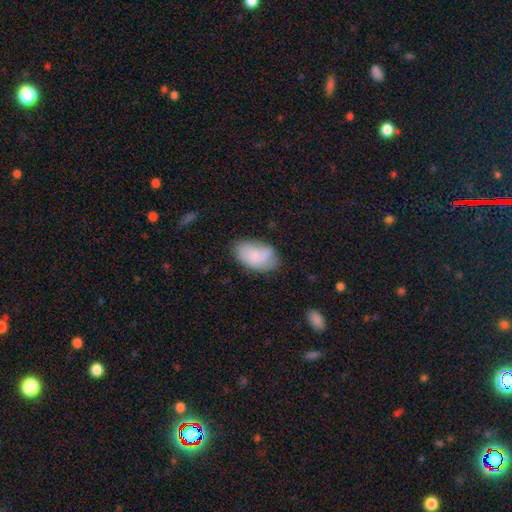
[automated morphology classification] type=smooth (73%); roundness=in between (91%); merging=none (56%).